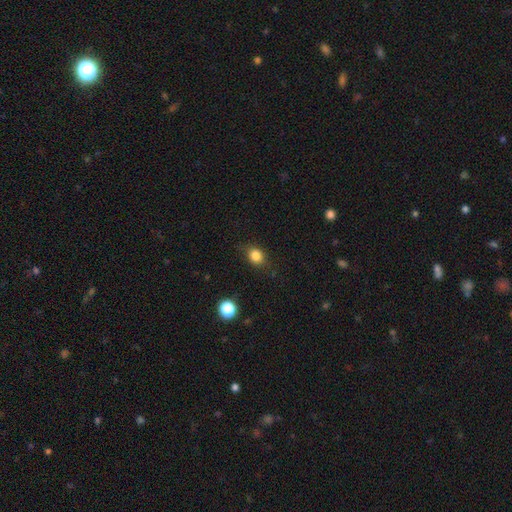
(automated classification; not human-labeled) A smooth galaxy with no disk features (83%) that is round (59%). Merging: none (78%).